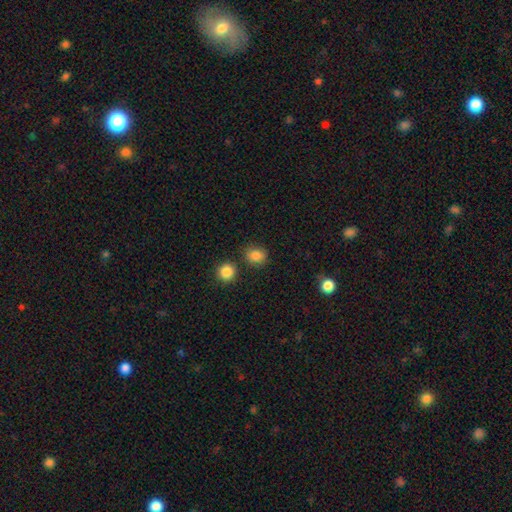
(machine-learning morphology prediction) Smooth or featured? smooth (85%)
How rounded? round (65%)
Merging? none (79%)